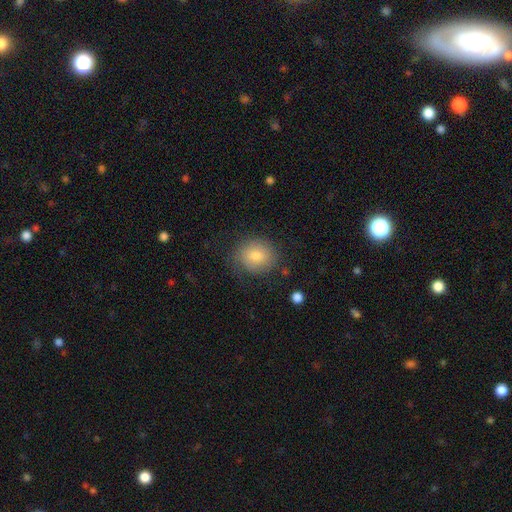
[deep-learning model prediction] smooth 76%, featured or disk 15%, star or artifact 10%. Down the decision tree: how rounded — round (72%); merging — none (77%).